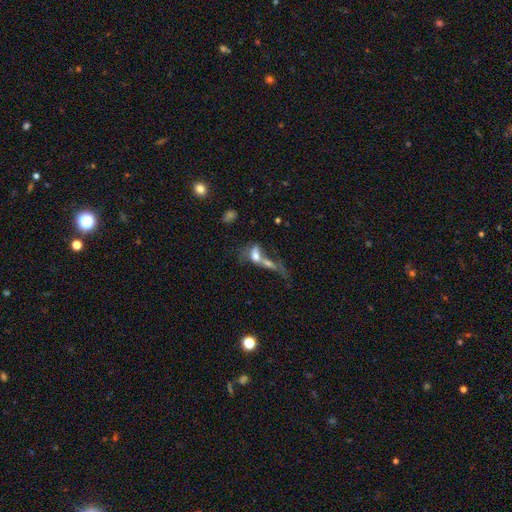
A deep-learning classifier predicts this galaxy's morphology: Smooth or featured? smooth (52%)
How rounded? in between (63%)
Merging? merger (60%)